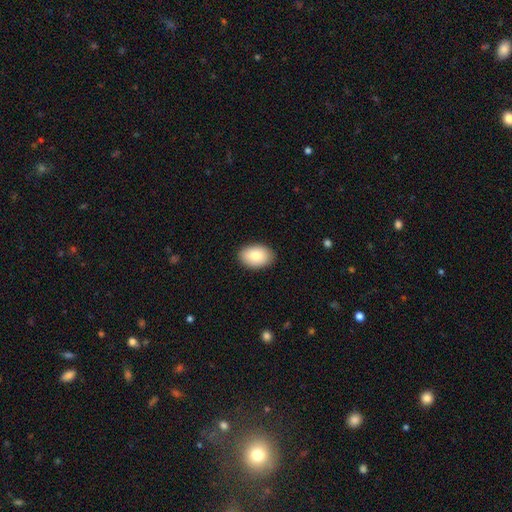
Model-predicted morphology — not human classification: The model was most divided on "smooth or featured": smooth: 85%, featured or disk: 9%, star or artifact: 7%. More confident: how rounded — in between (89%); merging — none (88%).